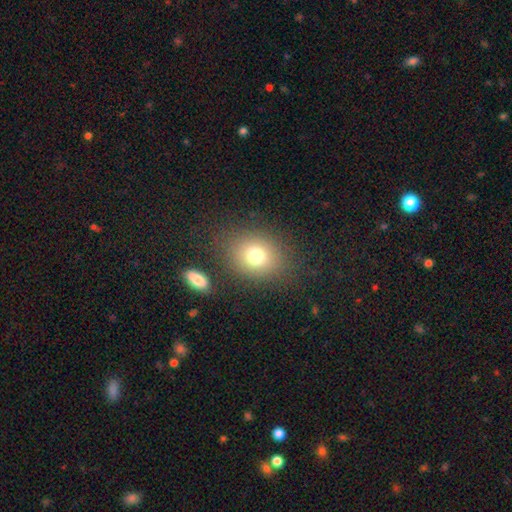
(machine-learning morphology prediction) type=smooth (75%); roundness=round (59%); merging=none (80%).